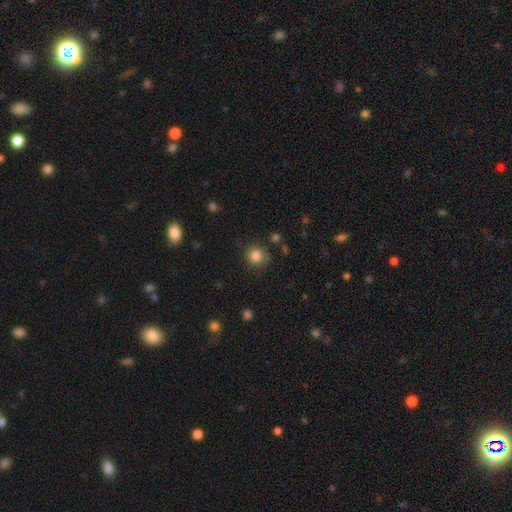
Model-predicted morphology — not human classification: Smooth or featured? Predicted: smooth (p=0.83). How rounded? Predicted: round (p=0.89). Merging? Predicted: none (p=0.82).